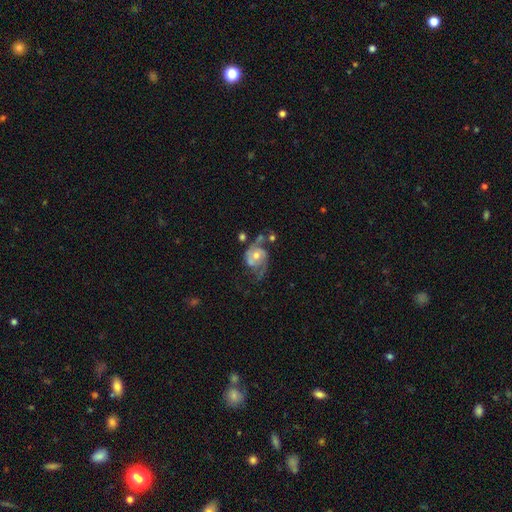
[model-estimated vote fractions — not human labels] smooth-or-featured: featured or disk: 81% | smooth: 13% | star or artifact: 6%
  disk-edge-on: no: 97% | yes: 3%
    bar: no: 65% | weak: 28% | strong: 7%
    has-spiral-arms: yes: 92% | no: 8%
      spiral-winding: medium: 46% | loose: 37% | tight: 18%
      spiral-arm-count: 2: 83% | can't tell: 6% | 1: 5% | 3: 3% | 4: 1% | more than 4: 1%
    bulge-size: moderate: 60% | small: 33% | large: 4% | none: 2% | dominant: 1%
  merging: none: 43% | major disturbance: 24% | minor disturbance: 22% | merger: 11%